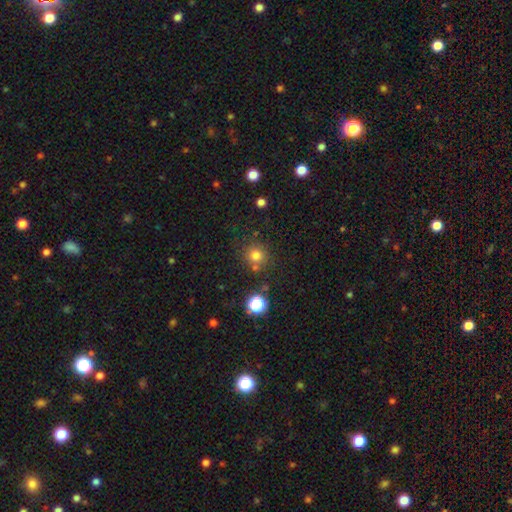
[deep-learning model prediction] Morphology: type=smooth (76%); roundness=round (91%); merging=none (76%).